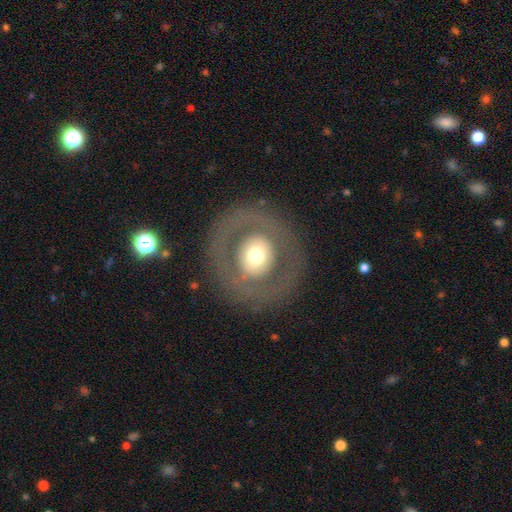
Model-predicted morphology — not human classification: type=smooth (47%); merging=none (81%).